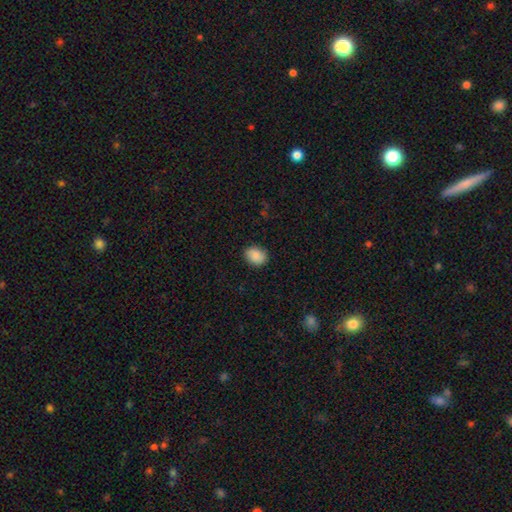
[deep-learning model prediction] This is clearly a smooth galaxy (89%). How rounded: likely in between (66%). Merging: clearly none (87%).